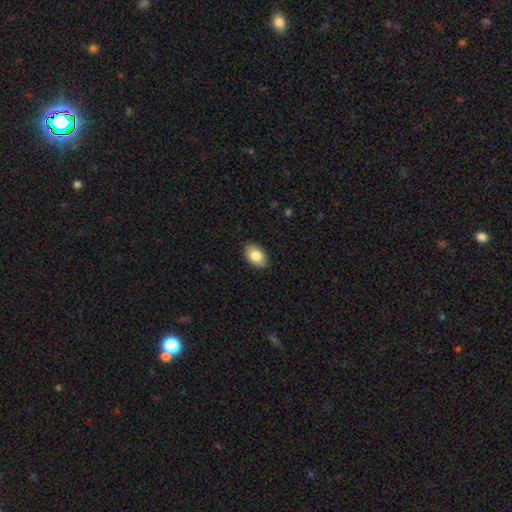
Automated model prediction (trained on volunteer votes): Q: Smooth or featured?
A: smooth (84%); runner-up: featured or disk (10%)
Q: How rounded?
A: in between (89%); runner-up: round (10%)
Q: Merging?
A: none (89%); runner-up: minor disturbance (9%)